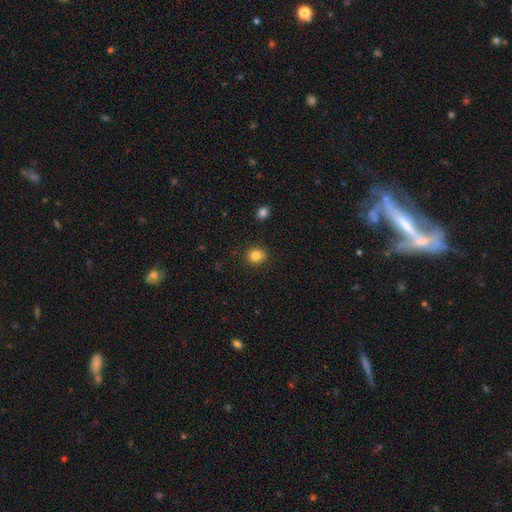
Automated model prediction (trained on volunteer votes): This is clearly a smooth galaxy (83%). How rounded: likely round (75%). Merging: clearly none (88%).